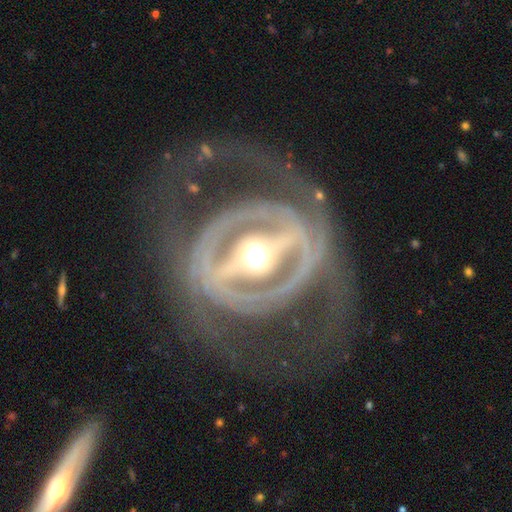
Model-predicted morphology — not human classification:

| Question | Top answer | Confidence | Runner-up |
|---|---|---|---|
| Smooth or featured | featured or disk | 90% | smooth (6%) |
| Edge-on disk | no | 91% | yes (9%) |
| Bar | strong | 78% | weak (14%) |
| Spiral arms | yes | 79% | no (21%) |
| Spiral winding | tight | 50% | medium (33%) |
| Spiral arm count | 2 | 64% | can't tell (15%) |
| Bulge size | moderate | 65% | large (23%) |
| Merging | none | 61% | major disturbance (23%) |